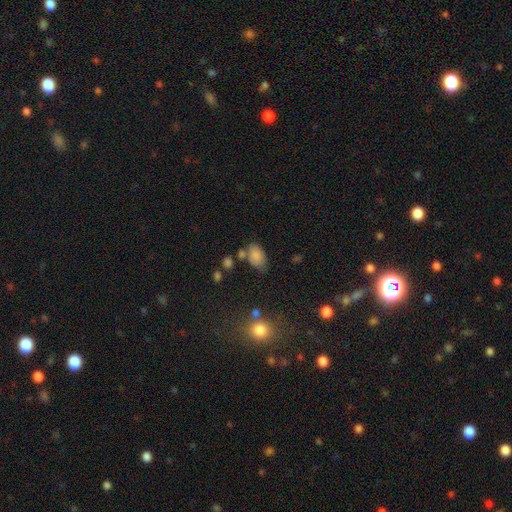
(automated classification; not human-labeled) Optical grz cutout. It shows a smooth galaxy with no disk features (81%) that is in between round and cigar-shaped (87%). Merging: none (54%).